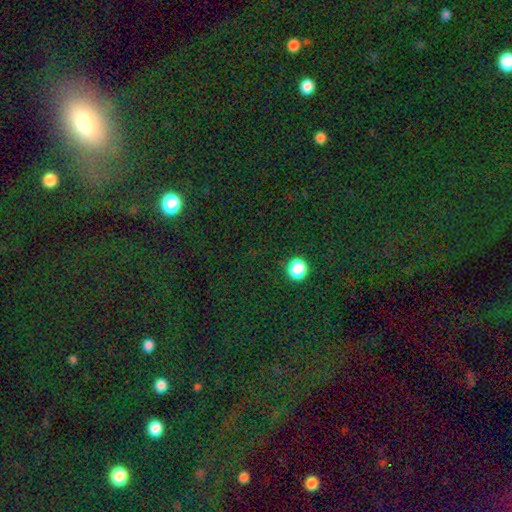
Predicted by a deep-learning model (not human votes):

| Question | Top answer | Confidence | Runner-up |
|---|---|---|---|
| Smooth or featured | star or artifact | 62% | smooth (26%) |